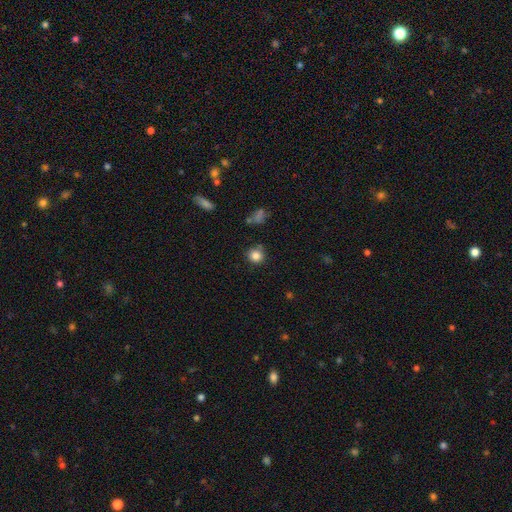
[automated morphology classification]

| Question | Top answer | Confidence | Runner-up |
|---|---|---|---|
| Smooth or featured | smooth | 84% | star or artifact (11%) |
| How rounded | round | 90% | in between (9%) |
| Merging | none | 81% | minor disturbance (13%) |